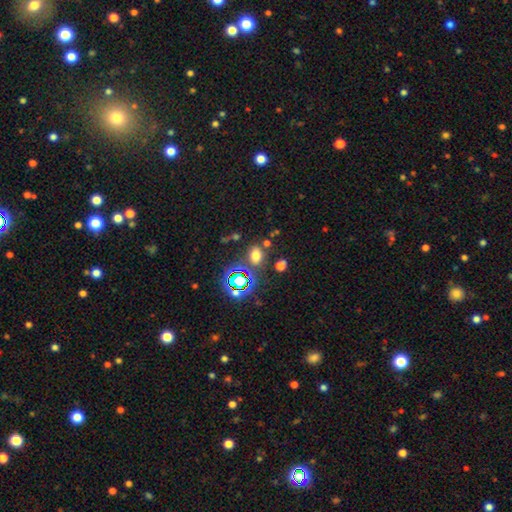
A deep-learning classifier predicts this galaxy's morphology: Smooth or featured?
  - smooth: 62% *
  - star or artifact: 29%
  - featured or disk: 9%
How rounded?
  - in between: 70% *
  - round: 29%
  - cigar-shaped: 2%
Merging?
  - none: 70% *
  - minor disturbance: 13%
  - merger: 12%
  - major disturbance: 6%